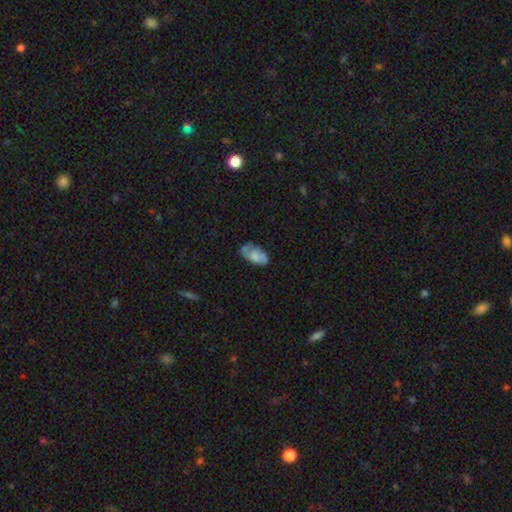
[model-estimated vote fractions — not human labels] Smooth or featured?
  - smooth: 60% *
  - featured or disk: 31%
  - star or artifact: 9%
How rounded?
  - in between: 92% *
  - round: 4%
  - cigar-shaped: 3%
Merging?
  - none: 46% *
  - minor disturbance: 32%
  - major disturbance: 15%
  - merger: 8%